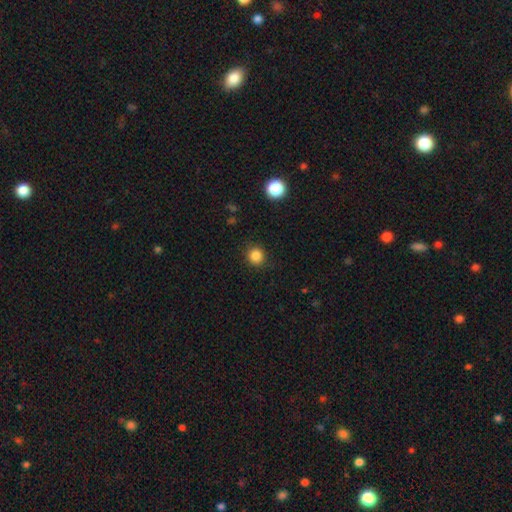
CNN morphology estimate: This appears to be a smooth galaxy with no disk features (84%) that is round (92%). Merging: none (89%).